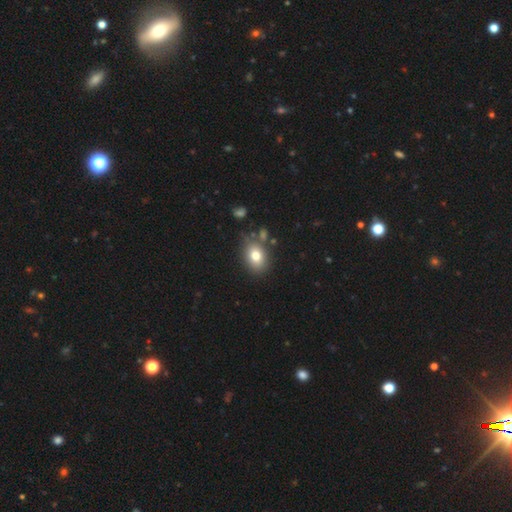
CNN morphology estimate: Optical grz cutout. It shows a smooth galaxy with no disk features (78%) that is in between round and cigar-shaped (73%). Merging: none (75%).